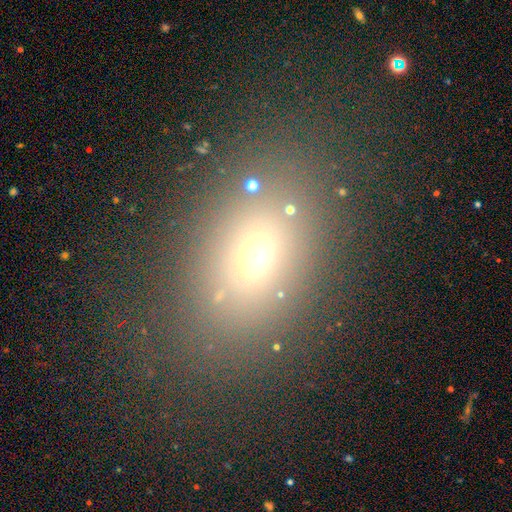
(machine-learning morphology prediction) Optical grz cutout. It shows a smooth galaxy with no disk features (65%) that is in between round and cigar-shaped (63%). Merging: none (74%).